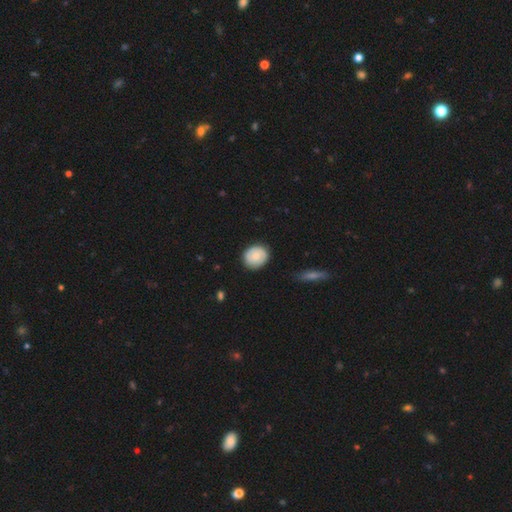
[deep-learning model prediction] Smooth or featured?
  - smooth: 62% *
  - featured or disk: 32%
  - star or artifact: 6%
How rounded?
  - round: 75% *
  - in between: 24%
  - cigar-shaped: 1%
Merging?
  - none: 85% *
  - minor disturbance: 12%
  - major disturbance: 3%
  - merger: 1%